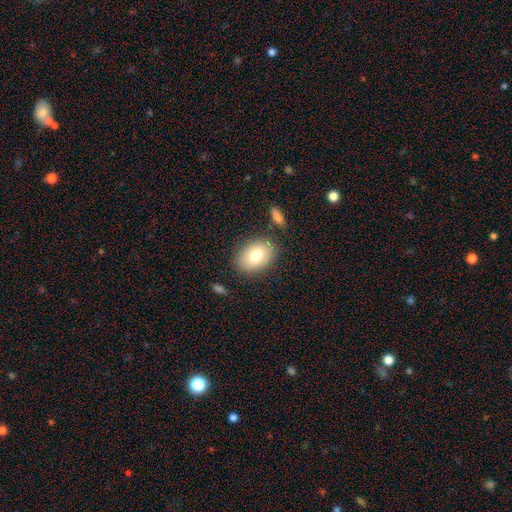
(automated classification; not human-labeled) Smooth or featured: smooth — 77% (featured or disk — 15%)
How rounded: in between — 79% (round — 19%)
Merging: none — 82% (minor disturbance — 11%)